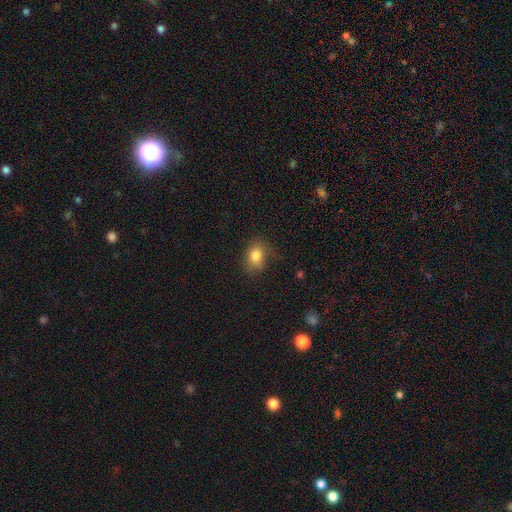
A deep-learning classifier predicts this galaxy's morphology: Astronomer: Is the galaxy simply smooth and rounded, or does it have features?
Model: smooth — 82%.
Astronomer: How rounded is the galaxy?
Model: in between — 67%.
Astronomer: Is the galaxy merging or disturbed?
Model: none — 66%.